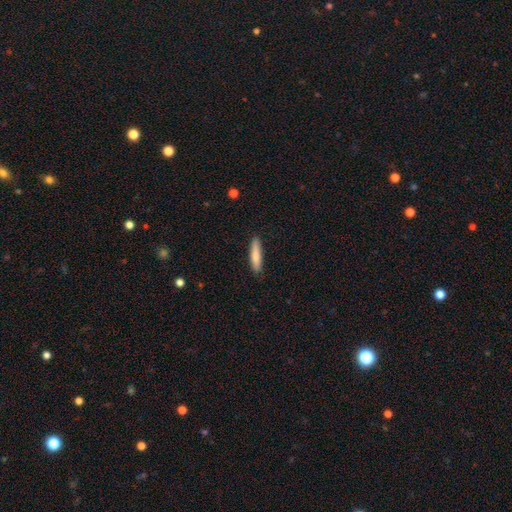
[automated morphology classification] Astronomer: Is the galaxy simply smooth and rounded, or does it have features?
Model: smooth — 81%.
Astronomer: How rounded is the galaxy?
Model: cigar-shaped — 84%.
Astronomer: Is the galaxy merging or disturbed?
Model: none — 87%.